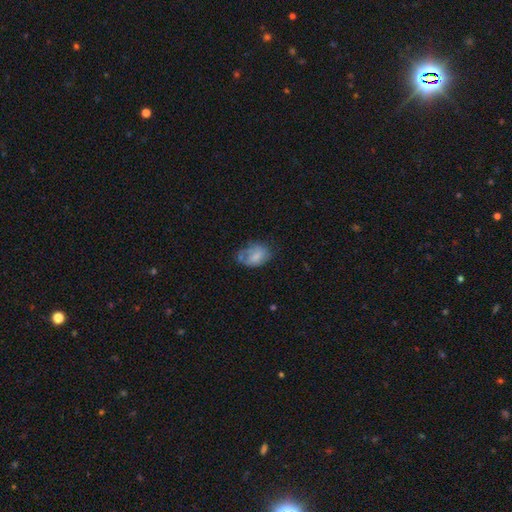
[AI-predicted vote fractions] smooth 63%, featured or disk 28%, star or artifact 9%. Down the decision tree: how rounded — in between (81%); merging — none (39%).